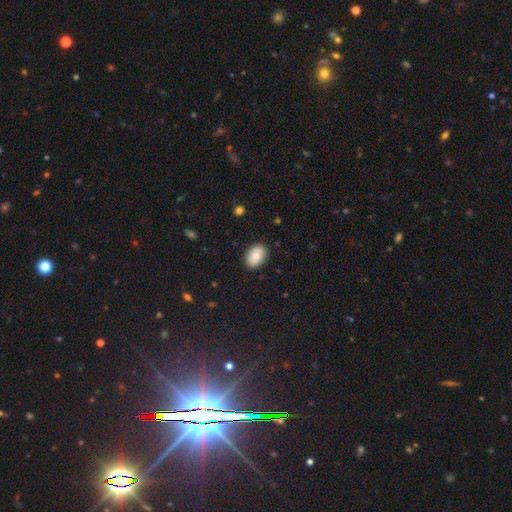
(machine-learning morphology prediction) Smooth or featured? smooth (79%)
How rounded? in between (83%)
Merging? none (86%)